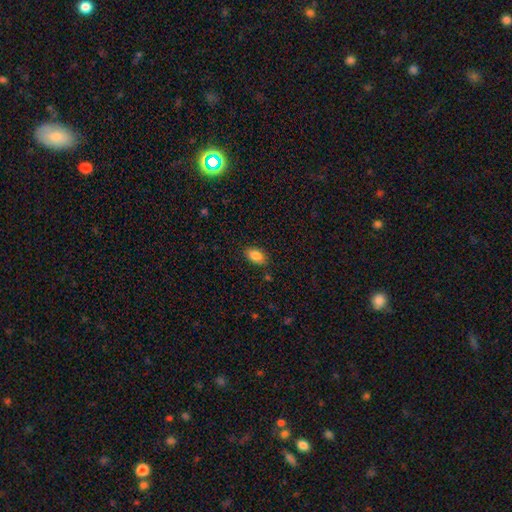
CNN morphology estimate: Smooth or featured? smooth (87%)
How rounded? in between (92%)
Merging? none (86%)